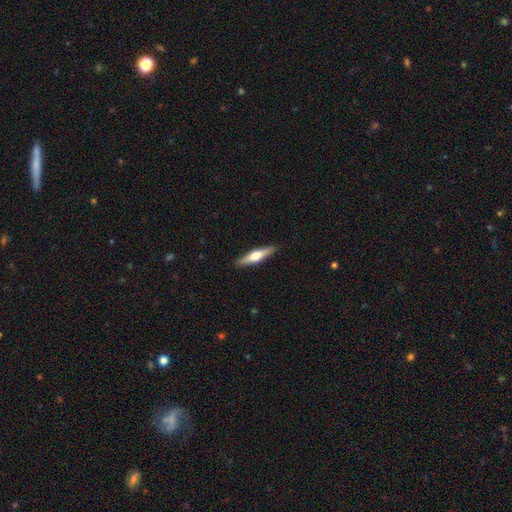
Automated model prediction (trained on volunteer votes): The model was most divided on "smooth or featured": featured or disk: 51%, smooth: 44%, star or artifact: 5%. More confident: edge-on disk — yes (95%); merging — none (91%).